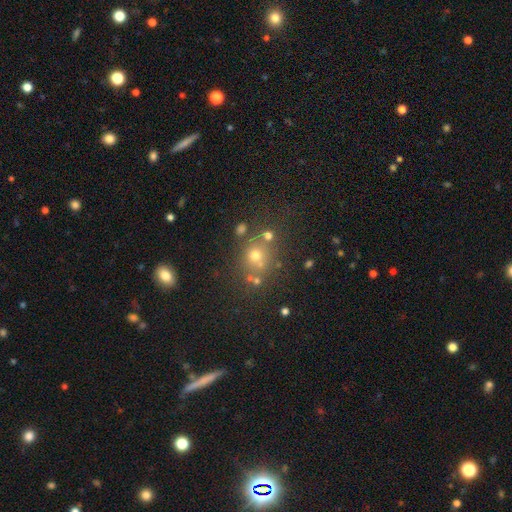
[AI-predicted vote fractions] smooth 50%, star or artifact 34%, featured or disk 17%. Down the decision tree: merging — none (62%).